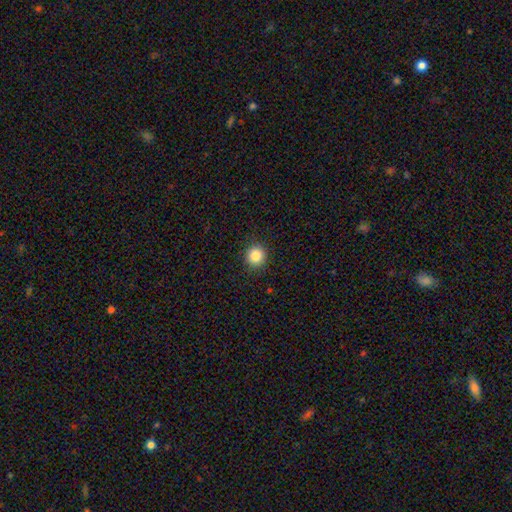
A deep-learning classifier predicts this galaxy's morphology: Overall: smooth (85%). How rounded: round (91%). Merging: none (91%).